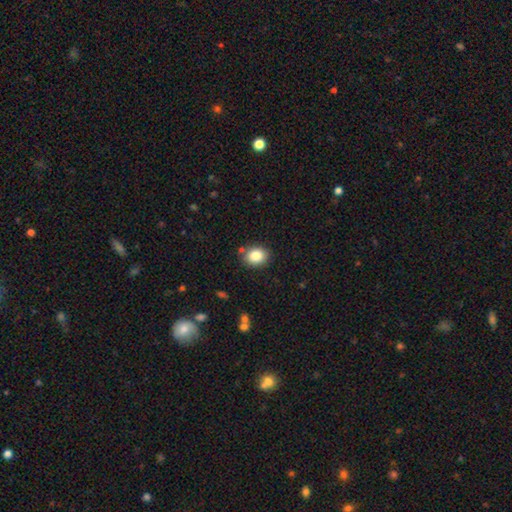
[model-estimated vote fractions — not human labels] smooth 85%, star or artifact 9%, featured or disk 6%. Down the decision tree: how rounded — round (50%); merging — none (83%).